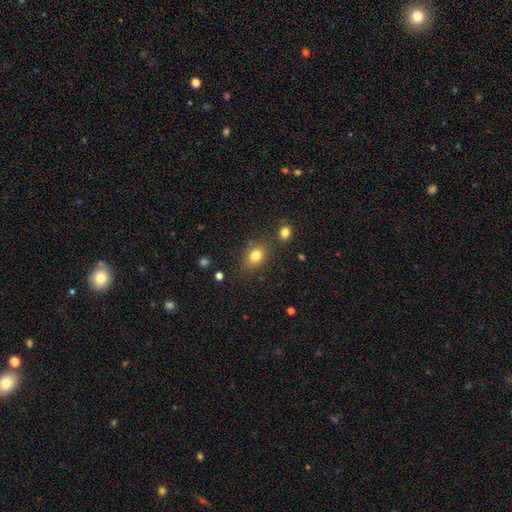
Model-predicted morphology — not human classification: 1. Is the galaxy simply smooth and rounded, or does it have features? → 80% smooth, 11% star or artifact, 8% featured or disk.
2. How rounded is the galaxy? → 59% in between, 40% round, 1% cigar-shaped.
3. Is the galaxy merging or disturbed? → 77% none, 13% minor disturbance, 6% merger, 4% major disturbance.